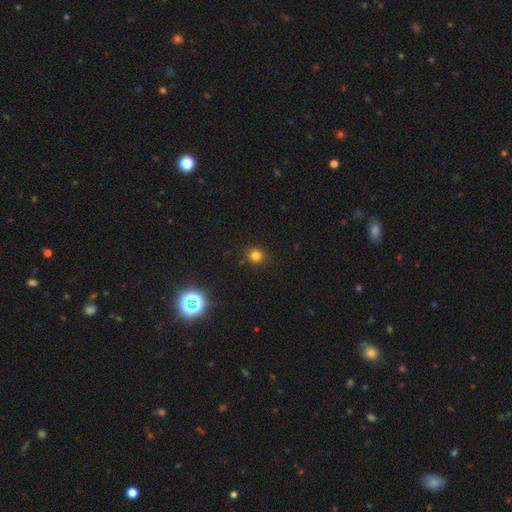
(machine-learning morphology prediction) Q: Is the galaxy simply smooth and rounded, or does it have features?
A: smooth — 78%.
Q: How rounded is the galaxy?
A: round — 90%.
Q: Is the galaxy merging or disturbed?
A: none — 91%.